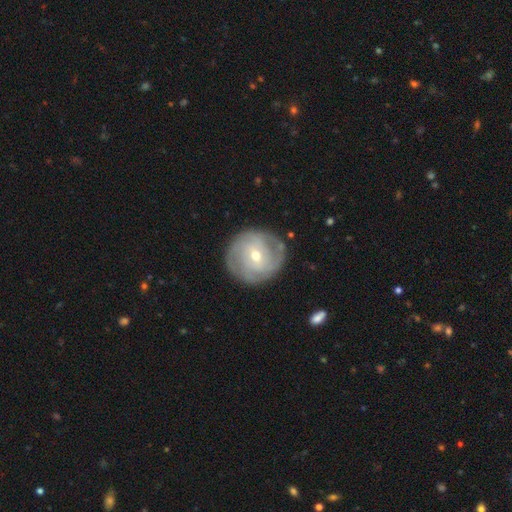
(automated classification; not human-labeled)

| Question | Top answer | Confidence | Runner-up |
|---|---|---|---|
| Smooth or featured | featured or disk | 78% | smooth (17%) |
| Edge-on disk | no | 97% | yes (3%) |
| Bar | weak | 48% | no (40%) |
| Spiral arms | yes | 91% | no (9%) |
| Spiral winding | tight | 67% | medium (26%) |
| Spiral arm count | can't tell | 34% | 2 (26%) |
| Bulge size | moderate | 52% | small (45%) |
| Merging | none | 83% | minor disturbance (11%) |